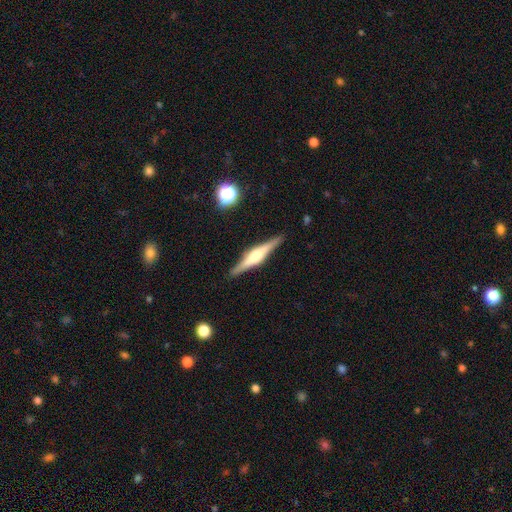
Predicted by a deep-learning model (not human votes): This is likely a featured or disk galaxy (77%). It is clearly viewed edge-on (98%). Edge-on bulge: clearly rounded (81%). Merging: clearly none (90%).